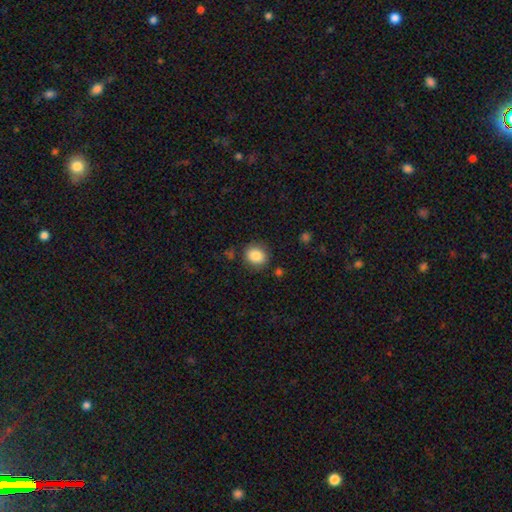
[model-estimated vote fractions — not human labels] Smooth or featured? smooth (86%)
How rounded? round (71%)
Merging? none (83%)